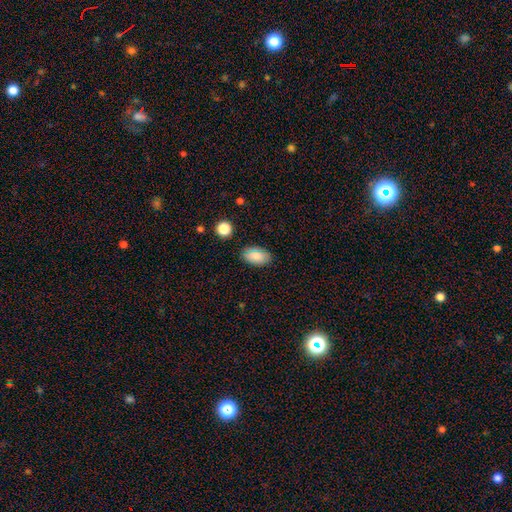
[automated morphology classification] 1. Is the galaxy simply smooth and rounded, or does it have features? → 82% smooth, 9% featured or disk, 9% star or artifact.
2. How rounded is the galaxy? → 92% in between, 7% round, 2% cigar-shaped.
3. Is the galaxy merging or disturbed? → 83% none, 12% minor disturbance, 3% major disturbance, 2% merger.